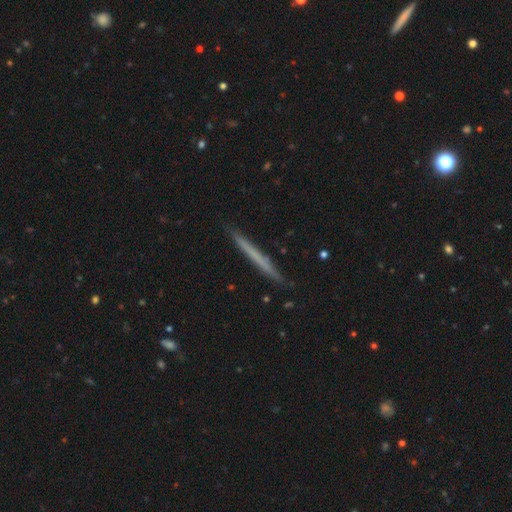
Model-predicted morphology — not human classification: This is possibly a smooth galaxy (52%). How rounded: clearly cigar-shaped (97%). Merging: clearly none (88%).